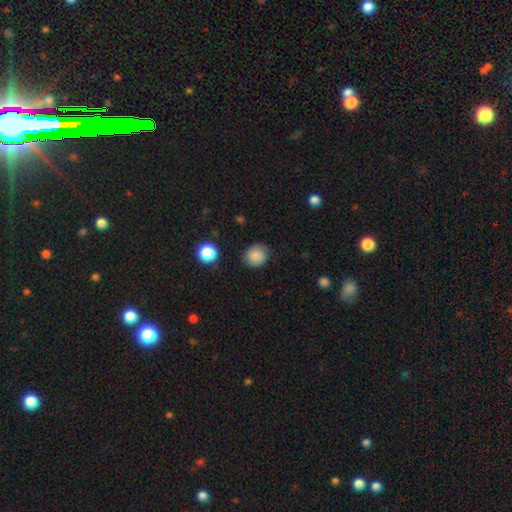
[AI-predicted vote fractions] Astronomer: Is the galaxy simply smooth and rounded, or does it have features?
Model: smooth — 86%.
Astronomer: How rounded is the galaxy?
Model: round — 81%.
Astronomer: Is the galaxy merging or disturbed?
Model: none — 77%.